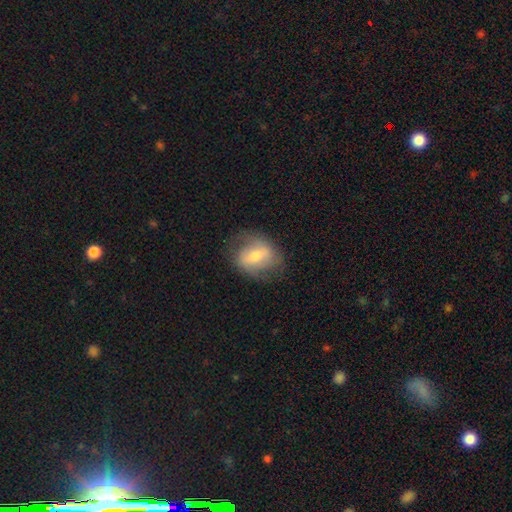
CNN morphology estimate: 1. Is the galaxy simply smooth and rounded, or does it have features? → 51% featured or disk, 42% smooth, 7% star or artifact.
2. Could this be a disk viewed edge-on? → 94% no, 6% yes.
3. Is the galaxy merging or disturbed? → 71% none, 19% minor disturbance, 9% major disturbance, 1% merger.